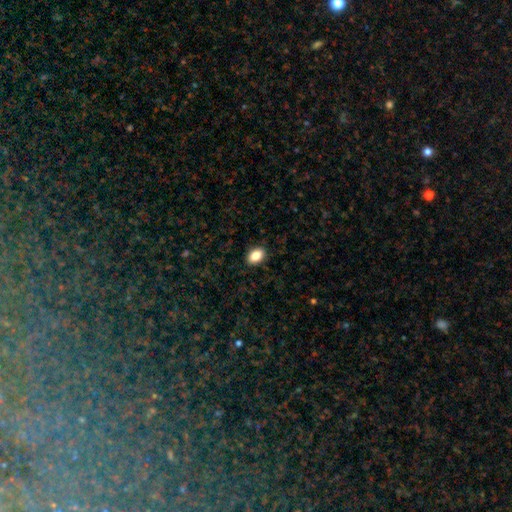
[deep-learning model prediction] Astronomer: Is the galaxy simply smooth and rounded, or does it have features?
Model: smooth — 85%.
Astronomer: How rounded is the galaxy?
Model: in between — 88%.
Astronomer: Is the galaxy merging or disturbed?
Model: none — 89%.